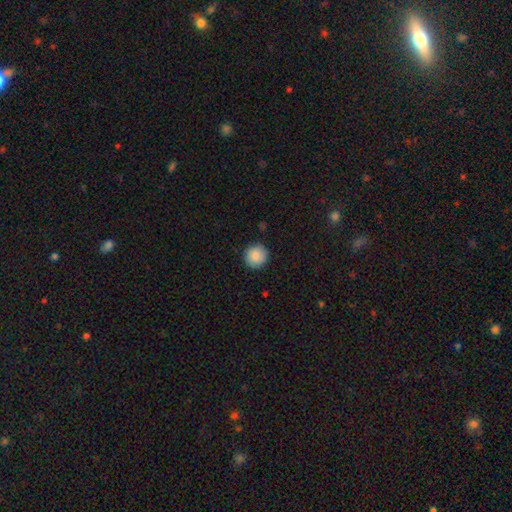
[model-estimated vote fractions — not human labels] smooth_or_featured: smooth (p=0.87) [alt: star or artifact p=0.07]
how_rounded: round (p=0.94) [alt: in between p=0.05]
merging: none (p=0.89) [alt: minor disturbance p=0.08]